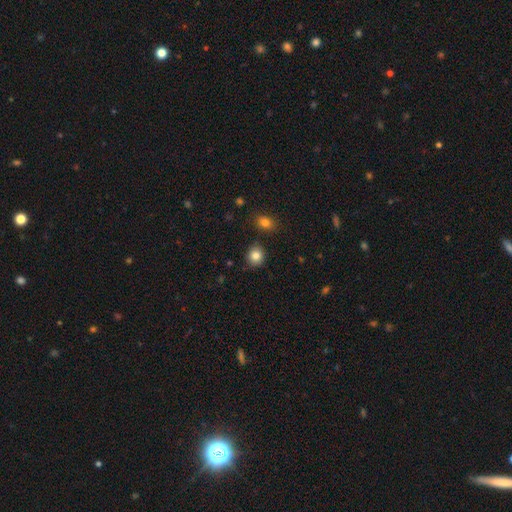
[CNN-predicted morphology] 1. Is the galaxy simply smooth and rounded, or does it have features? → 84% smooth, 10% star or artifact, 6% featured or disk.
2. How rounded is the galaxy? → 84% round, 16% in between, 1% cigar-shaped.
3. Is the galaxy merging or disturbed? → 86% none, 9% minor disturbance, 3% merger, 2% major disturbance.